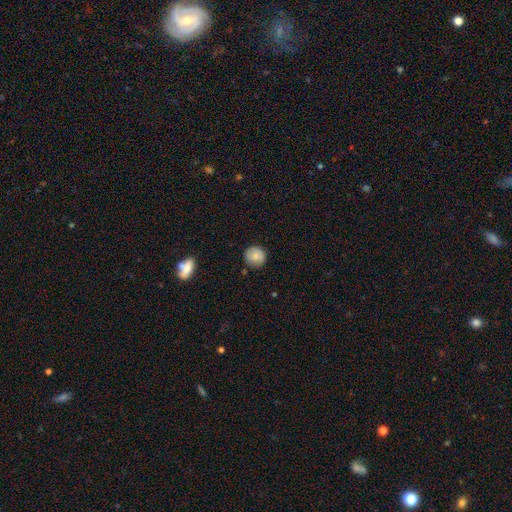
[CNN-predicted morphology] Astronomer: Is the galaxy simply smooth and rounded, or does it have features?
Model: smooth — 79%.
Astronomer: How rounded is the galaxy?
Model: round — 90%.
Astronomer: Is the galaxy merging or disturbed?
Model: none — 84%.